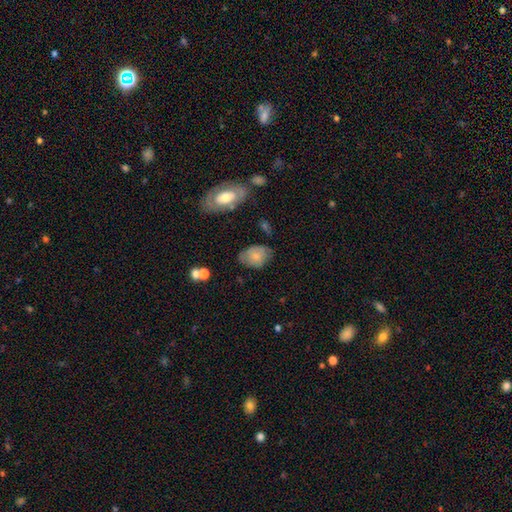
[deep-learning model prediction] Smooth or featured?
  - smooth: 68% *
  - featured or disk: 25%
  - star or artifact: 8%
How rounded?
  - in between: 76% *
  - round: 22%
  - cigar-shaped: 1%
Merging?
  - none: 59% *
  - minor disturbance: 28%
  - major disturbance: 9%
  - merger: 4%